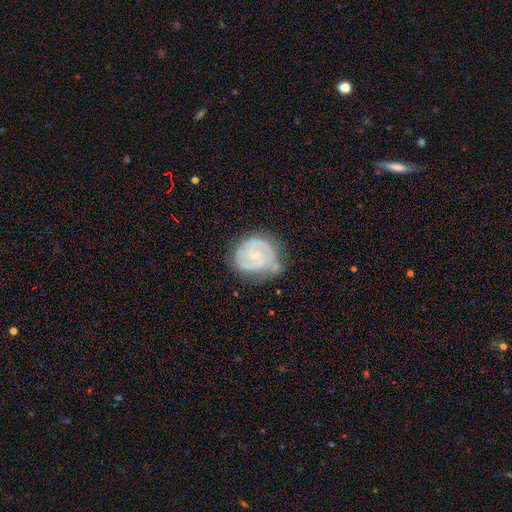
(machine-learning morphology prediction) smooth_or_featured: featured or disk (p=0.83) [alt: smooth p=0.12]
disk_edge_on: no (p=0.98) [alt: yes p=0.02]
bar: no (p=0.60) [alt: weak p=0.33]
has_spiral_arms: yes (p=0.95) [alt: no p=0.05]
spiral_winding: tight (p=0.63) [alt: medium p=0.31]
spiral_arm_count: 2 (p=0.60) [alt: 3 p=0.16]
bulge_size: small (p=0.70) [alt: moderate p=0.17]
merging: none (p=0.60) [alt: minor disturbance p=0.25]